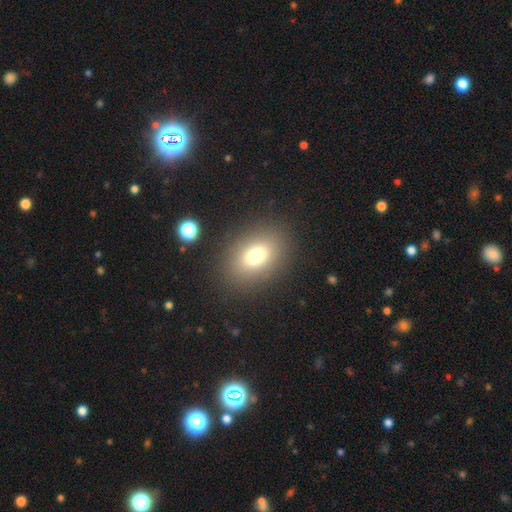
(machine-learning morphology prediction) smooth 75%, star or artifact 13%, featured or disk 12%. Down the decision tree: how rounded — in between (73%); merging — none (86%).